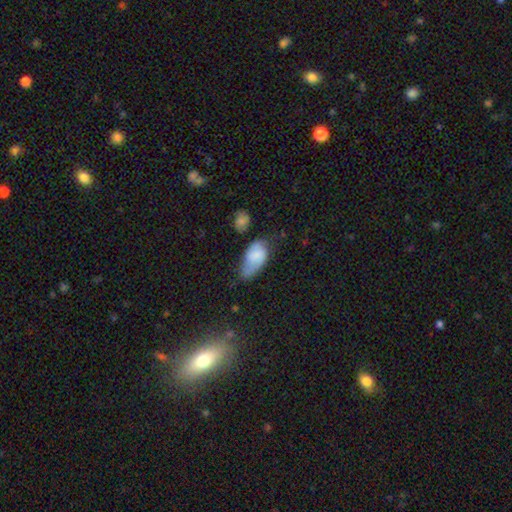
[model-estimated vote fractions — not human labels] Overall: smooth (72%). How rounded: in between (92%). Merging: minor disturbance (41%; none 31%).